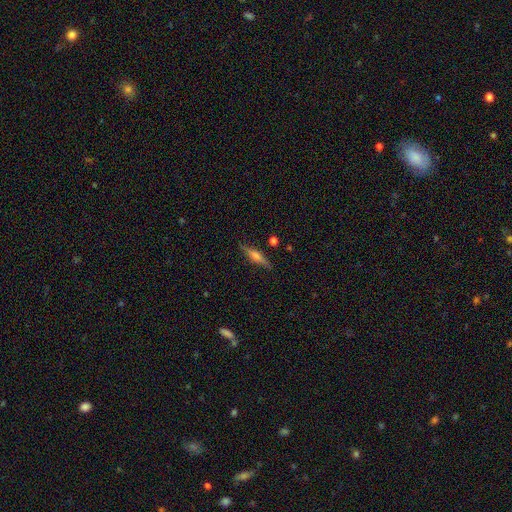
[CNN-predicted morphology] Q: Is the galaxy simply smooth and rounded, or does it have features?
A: featured or disk — 57%.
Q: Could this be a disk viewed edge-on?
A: yes — 96%.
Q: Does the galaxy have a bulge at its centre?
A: rounded — 73%.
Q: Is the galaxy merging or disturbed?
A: none — 87%.